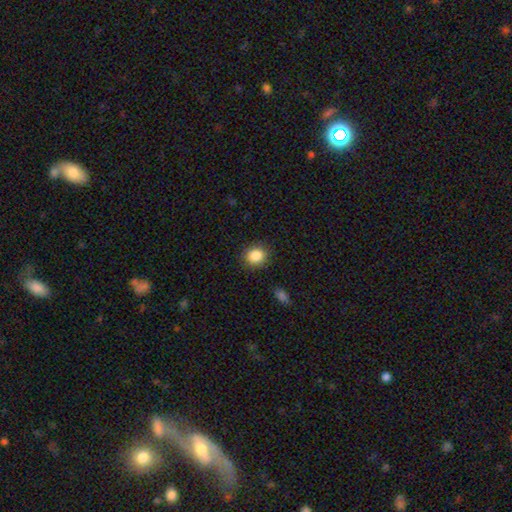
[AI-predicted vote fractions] smooth_or_featured: smooth (p=0.86) [alt: star or artifact p=0.09]
how_rounded: round (p=0.73) [alt: in between p=0.26]
merging: none (p=0.88) [alt: minor disturbance p=0.08]